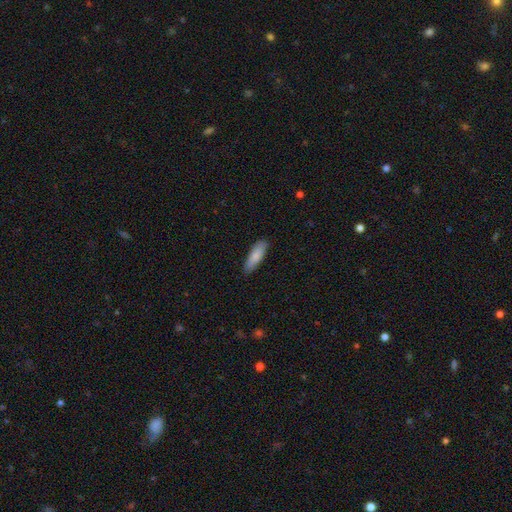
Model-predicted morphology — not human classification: A smooth galaxy with no disk features (83%) that is cigar-shaped (52%).

Vote fractions:
- Smooth or featured? smooth: 83% / featured or disk: 11% / star or artifact: 5%
- How rounded? cigar-shaped: 52% / in between: 47% / round: 2%
- Merging? none: 87% / minor disturbance: 10% / major disturbance: 2% / merger: 1%